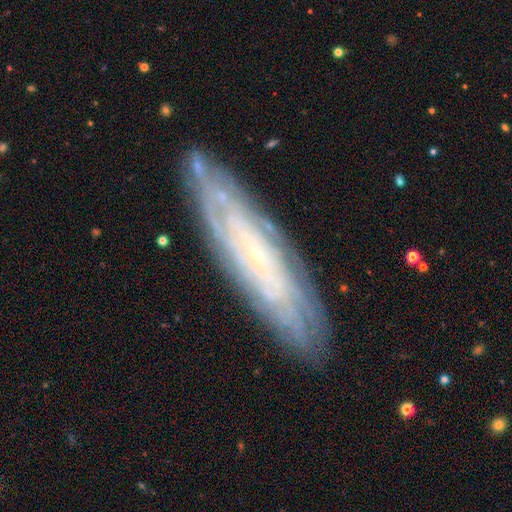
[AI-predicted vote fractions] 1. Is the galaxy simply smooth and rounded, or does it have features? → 74% featured or disk, 17% smooth, 8% star or artifact.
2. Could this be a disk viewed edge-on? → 63% no, 37% yes.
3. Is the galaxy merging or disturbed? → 85% none, 11% minor disturbance, 3% major disturbance, 2% merger.